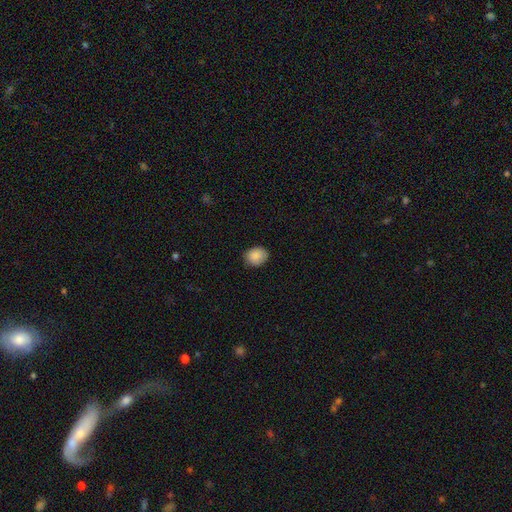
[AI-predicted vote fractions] A smooth galaxy with no disk features (88%) that is round (55%). Merging: none (80%).